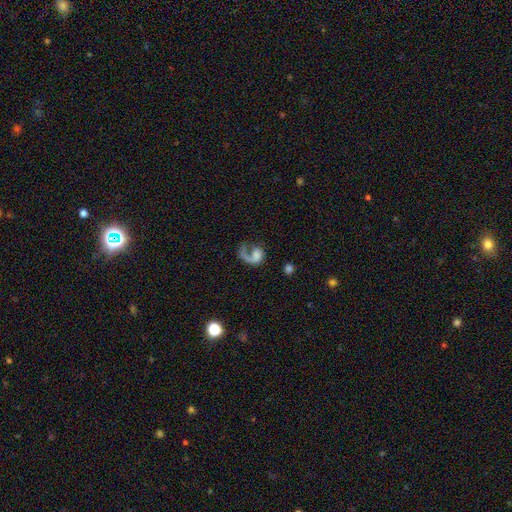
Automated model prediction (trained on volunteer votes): Smooth or featured: featured or disk — 60% (smooth — 30%)
Edge-on disk: no — 98% (yes — 2%)
Bar: no — 77% (weak — 18%)
Spiral arms: yes — 79% (no — 21%)
Bulge size: none — 38% (moderate — 21%)
Merging: major disturbance — 47% (none — 32%)